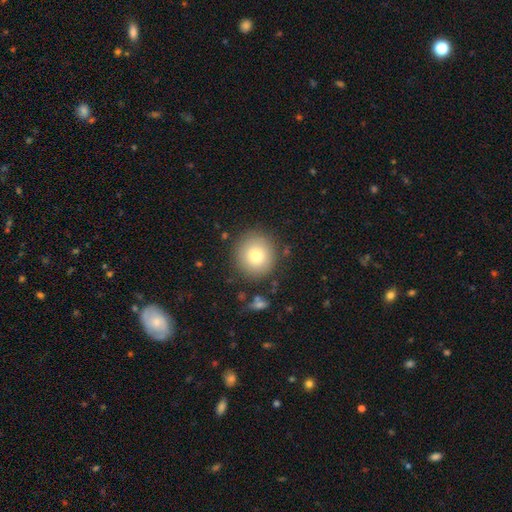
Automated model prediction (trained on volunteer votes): smooth 77%, featured or disk 13%, star or artifact 11%. Down the decision tree: how rounded — round (91%); merging — none (87%).